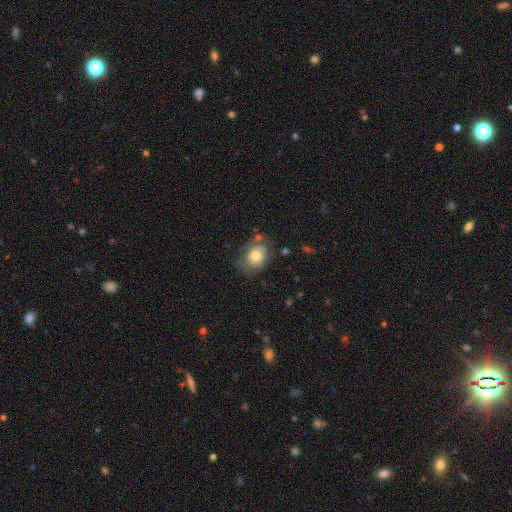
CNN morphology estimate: Overall: smooth (72%). How rounded: round (59%; in between 40%). Merging: none (59%; minor disturbance 25%).